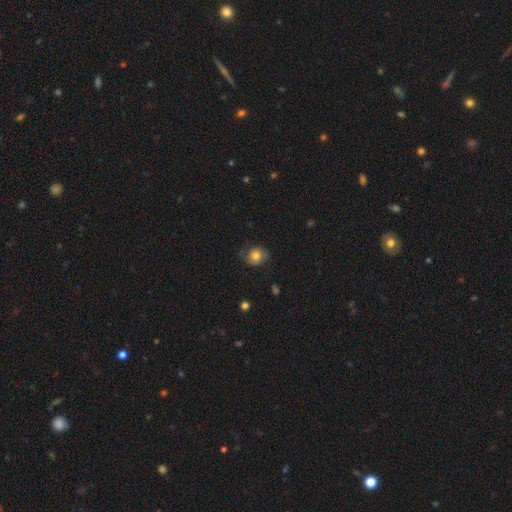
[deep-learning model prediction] Q: Smooth or featured?
A: smooth (71%); runner-up: featured or disk (20%)
Q: How rounded?
A: round (72%); runner-up: in between (27%)
Q: Merging?
A: none (66%); runner-up: minor disturbance (23%)